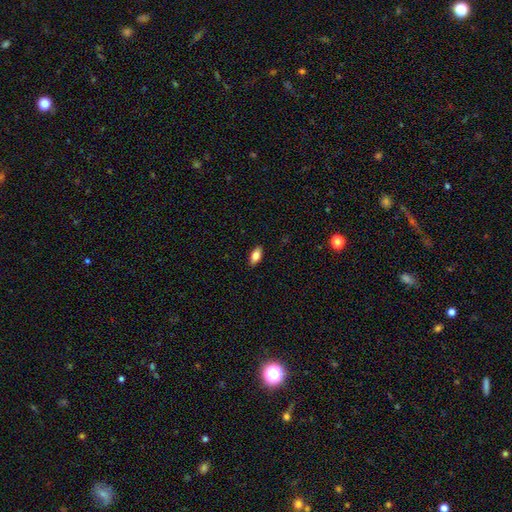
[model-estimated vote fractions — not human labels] smooth-or-featured: smooth: 80% | featured or disk: 13% | star or artifact: 7%
  how-rounded: in between: 88% | cigar-shaped: 9% | round: 3%
  merging: none: 89% | minor disturbance: 8% | major disturbance: 2% | merger: 1%